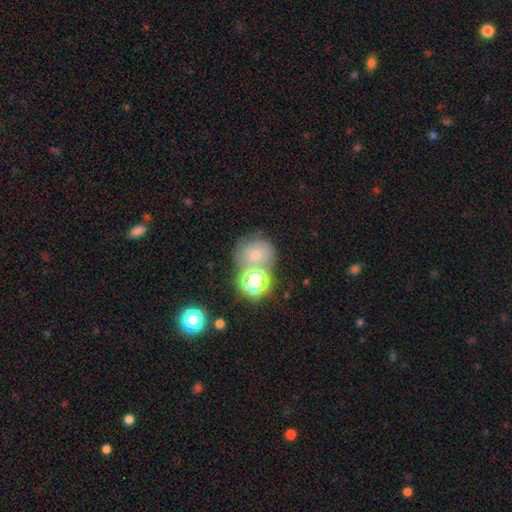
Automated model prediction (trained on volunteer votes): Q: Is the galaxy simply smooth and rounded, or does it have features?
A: smooth — 55%.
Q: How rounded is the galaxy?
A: round — 79%.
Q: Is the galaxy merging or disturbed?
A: none — 48%.